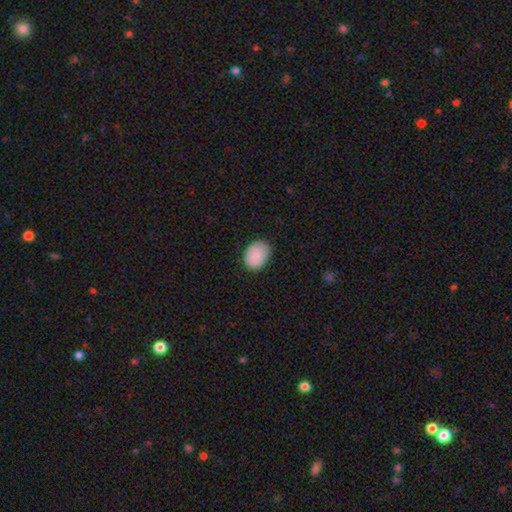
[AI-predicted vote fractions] A smooth galaxy with no disk features (89%) that is in between round and cigar-shaped (67%).

Vote fractions:
- Smooth or featured? smooth: 89% / star or artifact: 7% / featured or disk: 4%
- How rounded? in between: 67% / round: 32% / cigar-shaped: 1%
- Merging? none: 82% / minor disturbance: 15% / major disturbance: 3% / merger: 1%